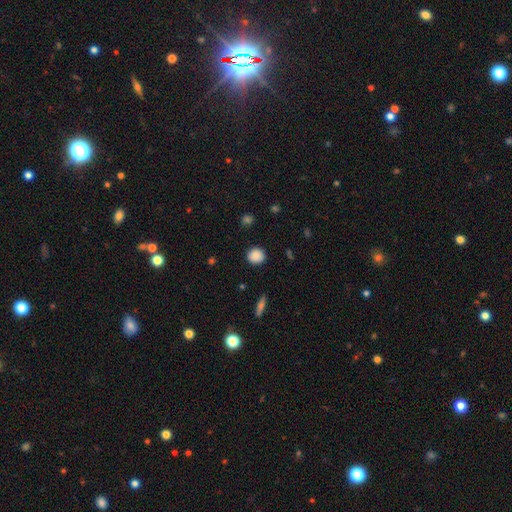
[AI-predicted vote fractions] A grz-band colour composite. It shows a smooth galaxy with no disk features (87%) that is round (82%). Merging: none (87%).